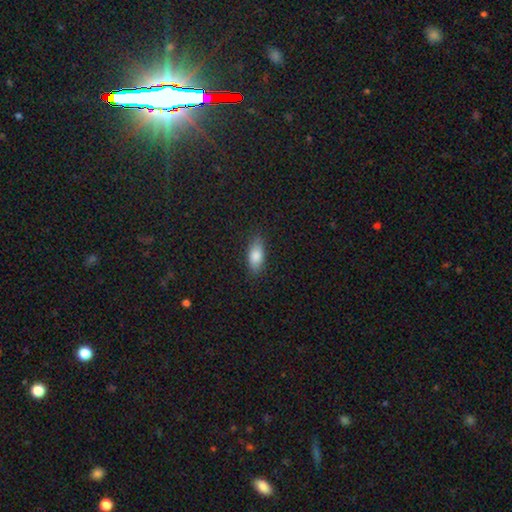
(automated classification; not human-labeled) smooth 83%, featured or disk 10%, star or artifact 7%. Down the decision tree: how rounded — in between (83%); merging — none (85%).